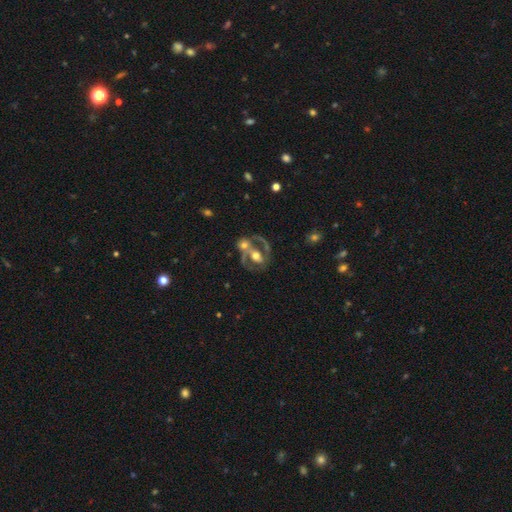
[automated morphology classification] Smooth or featured? featured or disk (77%)
Edge-on disk? no (96%)
Bar? no (46%)
Spiral arms? yes (79%)
Spiral winding? medium (50%)
Spiral arm count? 2 (76%)
Bulge size? moderate (64%)
Merging? merger (43%)